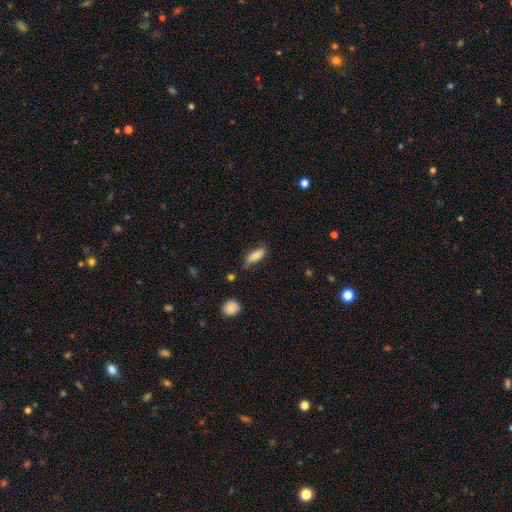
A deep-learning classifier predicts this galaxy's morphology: Smooth or featured?
  - smooth: 78% *
  - featured or disk: 15%
  - star or artifact: 7%
How rounded?
  - in between: 71% *
  - cigar-shaped: 26%
  - round: 3%
Merging?
  - none: 63% *
  - minor disturbance: 28%
  - major disturbance: 6%
  - merger: 3%